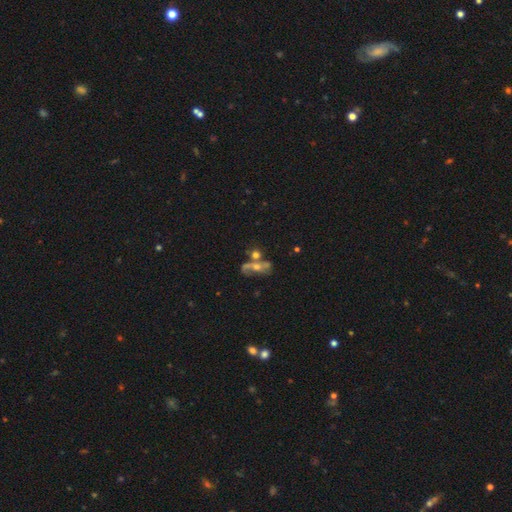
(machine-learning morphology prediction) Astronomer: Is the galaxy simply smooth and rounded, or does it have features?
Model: featured or disk — 46% (runner-up: smooth, 38%).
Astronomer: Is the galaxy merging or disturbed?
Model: merger — 45% (runner-up: none, 29%).